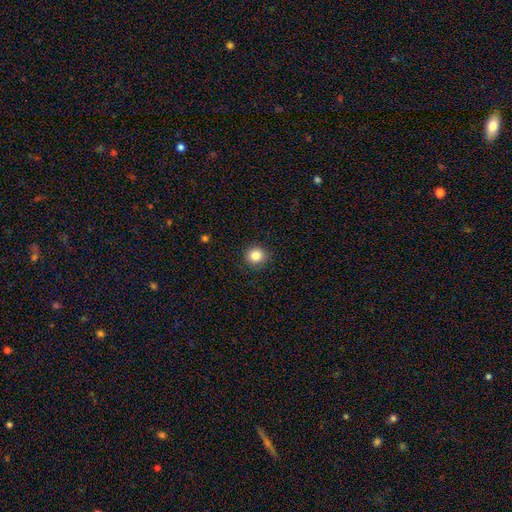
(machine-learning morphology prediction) smooth-or-featured: smooth: 84% | star or artifact: 11% | featured or disk: 5%
  how-rounded: round: 91% | in between: 9% | cigar-shaped: 1%
  merging: none: 90% | minor disturbance: 7% | major disturbance: 2% | merger: 1%